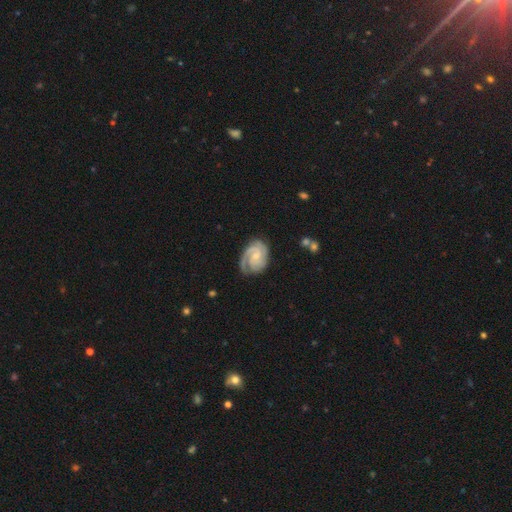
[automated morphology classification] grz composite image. It shows a featured or disk galaxy (86%) with no bar (60%), 2 (45%) tight (63%) spiral arms (98%) and a small central bulge (63%). Merging: none (71%).